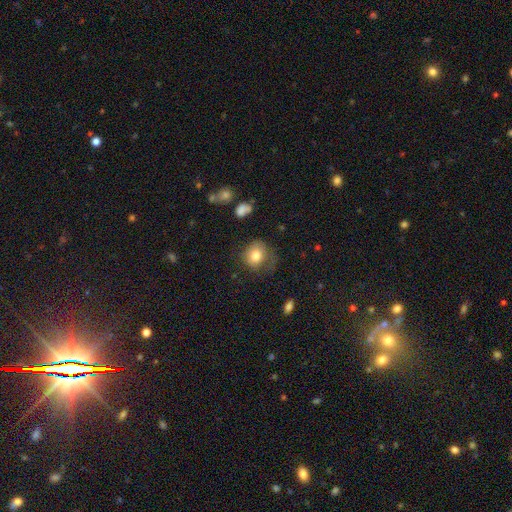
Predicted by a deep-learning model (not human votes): Smooth or featured? Predicted: smooth (p=0.78). How rounded? Predicted: round (p=0.68). Merging? Predicted: none (p=0.51).